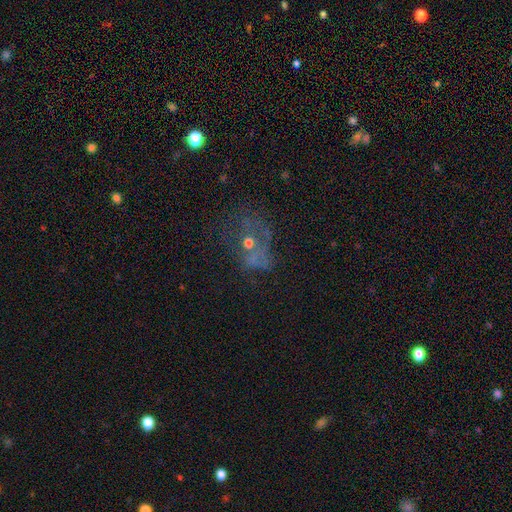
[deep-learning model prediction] A featured or disk galaxy (44%). Merging: major disturbance (39%).